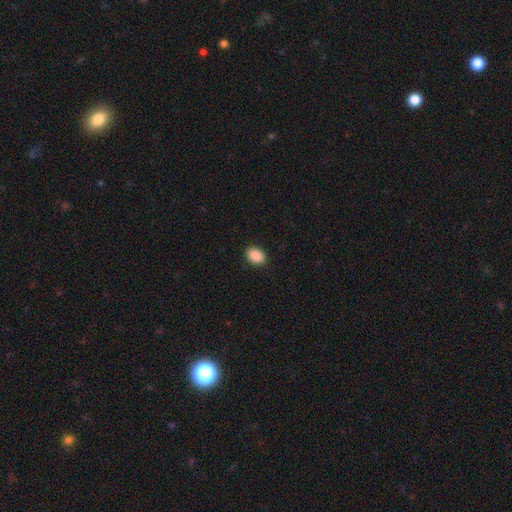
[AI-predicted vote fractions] Smooth or featured? Predicted: smooth (p=0.90). How rounded? Predicted: in between (p=0.81). Merging? Predicted: none (p=0.90).